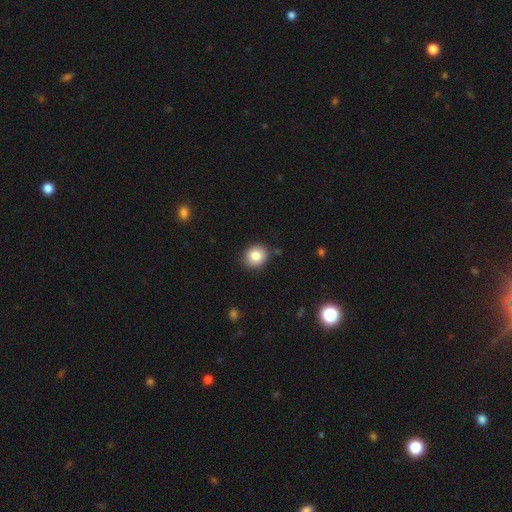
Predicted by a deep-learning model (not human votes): Morphology: type=smooth (83%); roundness=round (82%); merging=none (87%).